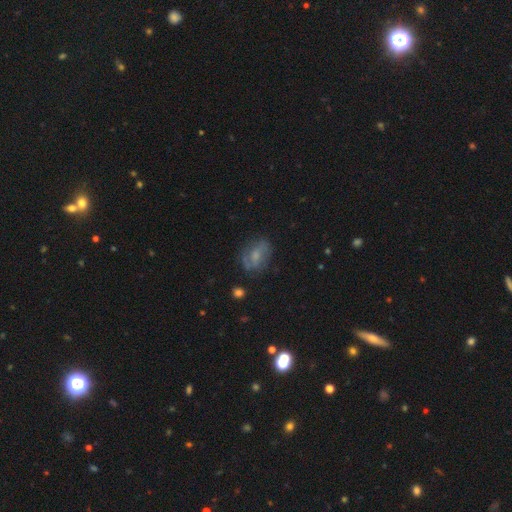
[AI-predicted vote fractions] Q: Smooth or featured?
A: smooth (45%); tied with: featured or disk (45%)
Q: Merging?
A: none (65%); runner-up: minor disturbance (22%)